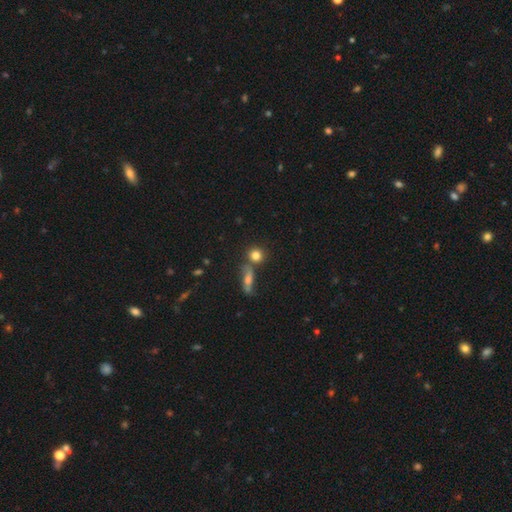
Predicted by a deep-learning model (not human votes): This appears to be a smooth galaxy with no disk features (80%) that is round (84%). Merging: none (64%).